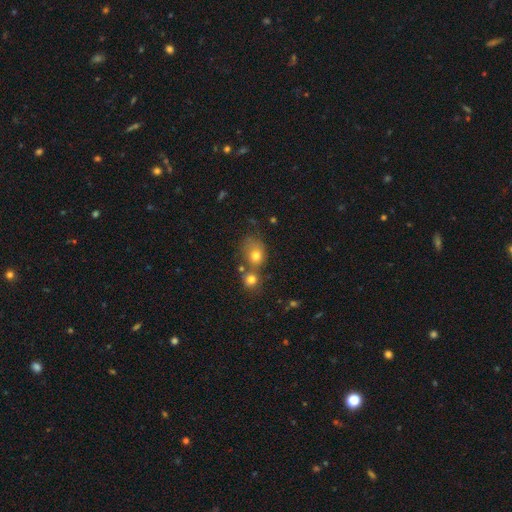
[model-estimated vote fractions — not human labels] Smooth or featured? Predicted: smooth (p=0.74). How rounded? Predicted: round (p=0.56). Merging? Predicted: merger (p=0.42).